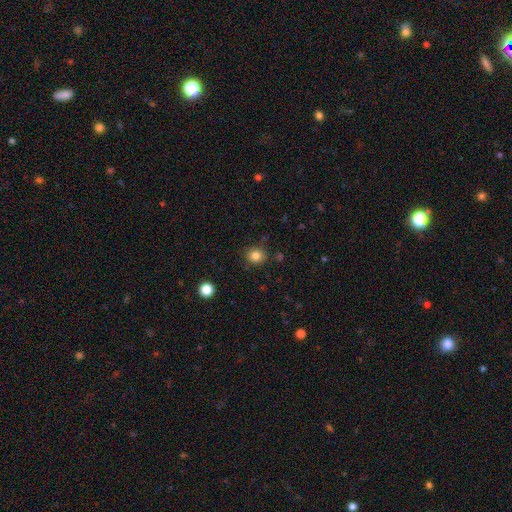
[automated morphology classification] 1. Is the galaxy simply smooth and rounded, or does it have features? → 83% smooth, 12% star or artifact, 6% featured or disk.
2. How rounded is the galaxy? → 80% round, 20% in between, 1% cigar-shaped.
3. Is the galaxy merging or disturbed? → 85% none, 10% minor disturbance, 3% major disturbance, 2% merger.